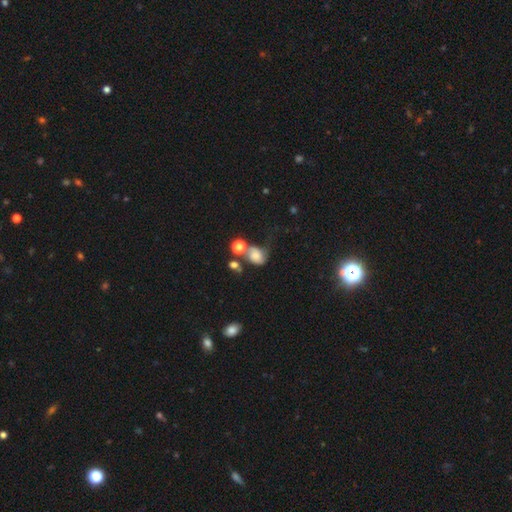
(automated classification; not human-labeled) Q: Smooth or featured?
A: smooth (58%); runner-up: featured or disk (29%)
Q: How rounded?
A: round (51%); runner-up: in between (48%)
Q: Merging?
A: none (33%); runner-up: merger (24%)